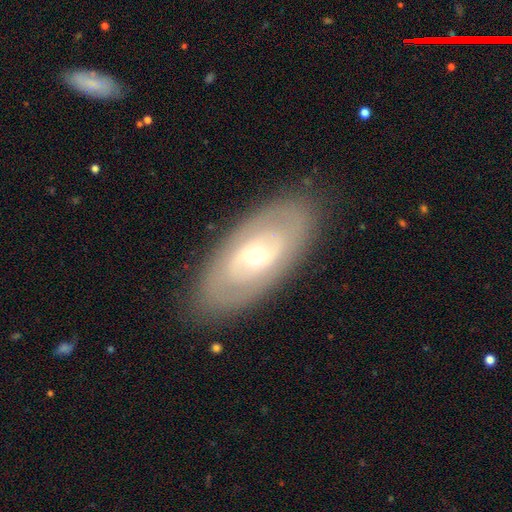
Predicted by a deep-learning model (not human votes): This appears to be a featured or disk galaxy (67%) with no bar (75%), no spiral arms (59%) and a small central bulge (61%). Merging: none (86%).